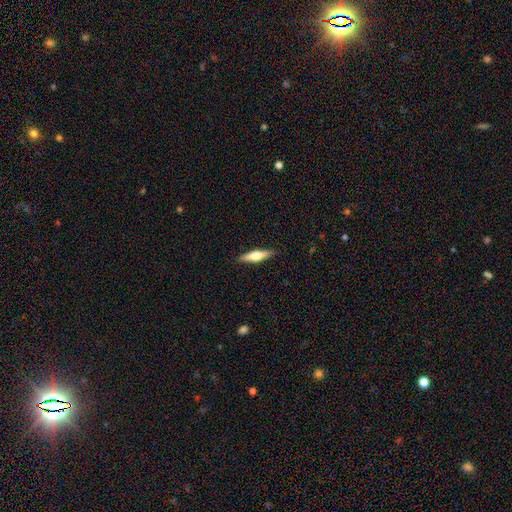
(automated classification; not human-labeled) smooth 50%, featured or disk 44%, star or artifact 6%. Down the decision tree: how rounded — cigar-shaped (73%); merging — none (89%).